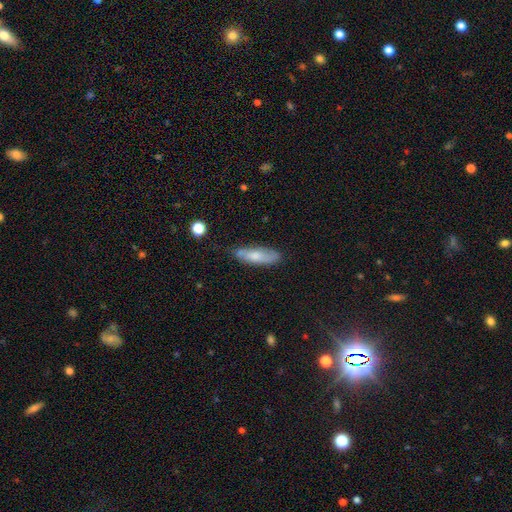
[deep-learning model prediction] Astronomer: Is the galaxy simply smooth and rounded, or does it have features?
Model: smooth — 66%.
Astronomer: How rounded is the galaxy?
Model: cigar-shaped — 51% (runner-up: in between, 47%).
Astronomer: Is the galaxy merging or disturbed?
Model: none — 68%.